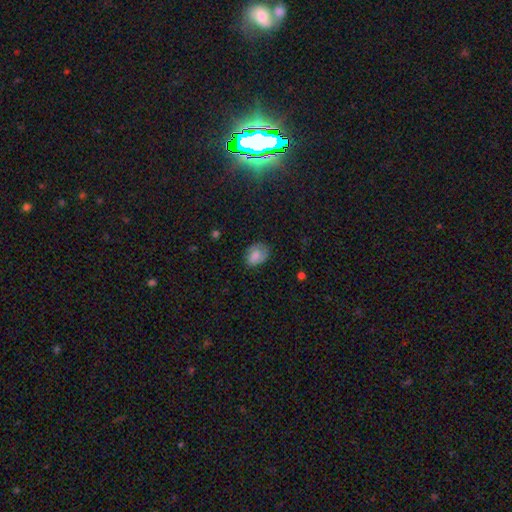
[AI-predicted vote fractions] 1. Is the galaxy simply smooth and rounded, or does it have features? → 75% smooth, 15% featured or disk, 9% star or artifact.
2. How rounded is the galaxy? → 69% in between, 30% round, 1% cigar-shaped.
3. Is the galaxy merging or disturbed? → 68% none, 24% minor disturbance, 7% major disturbance, 1% merger.